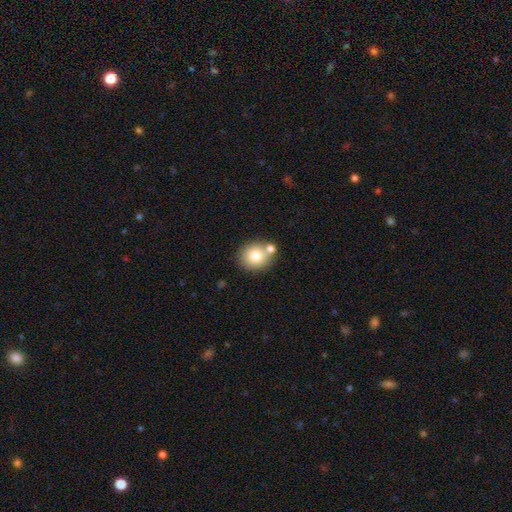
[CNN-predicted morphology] Smooth or featured?
  - smooth: 76% *
  - featured or disk: 14%
  - star or artifact: 10%
How rounded?
  - round: 78% *
  - in between: 21%
  - cigar-shaped: 1%
Merging?
  - none: 64% *
  - merger: 22%
  - minor disturbance: 10%
  - major disturbance: 3%